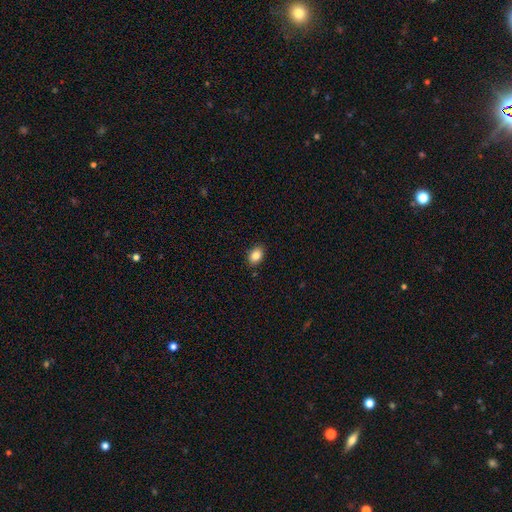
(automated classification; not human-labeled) Morphology: type=smooth (85%); roundness=in between (75%); merging=none (88%).